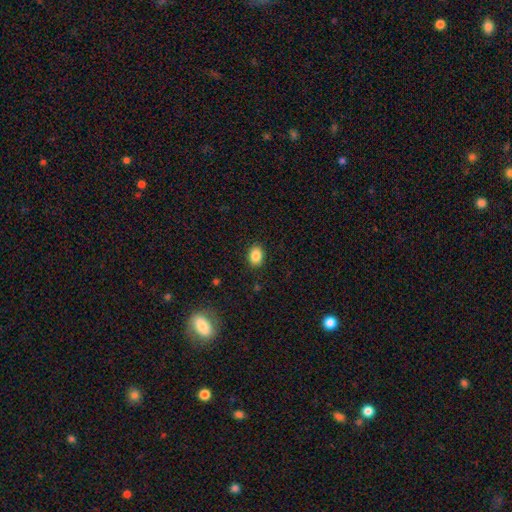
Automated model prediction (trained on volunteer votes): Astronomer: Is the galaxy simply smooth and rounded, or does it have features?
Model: smooth — 86%.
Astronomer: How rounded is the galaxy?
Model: in between — 68%.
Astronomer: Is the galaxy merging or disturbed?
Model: none — 88%.